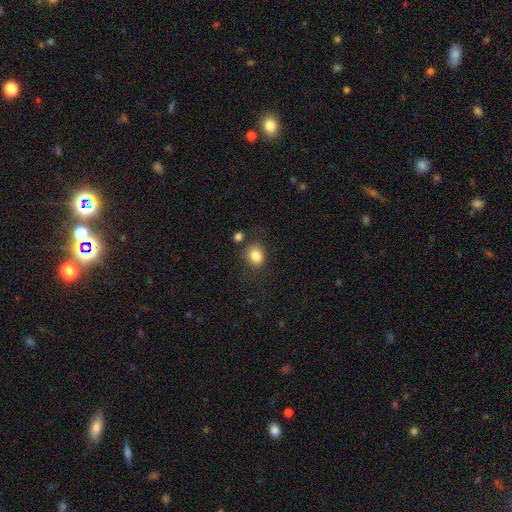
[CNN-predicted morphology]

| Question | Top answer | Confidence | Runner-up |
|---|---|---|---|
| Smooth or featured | smooth | 84% | star or artifact (10%) |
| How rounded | round | 68% | in between (31%) |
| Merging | none | 77% | minor disturbance (12%) |